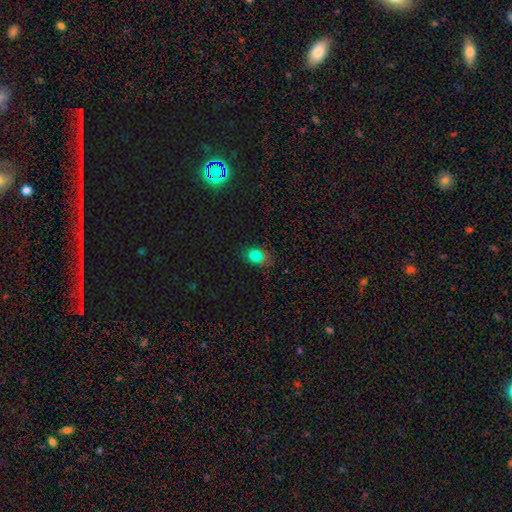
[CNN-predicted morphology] Q: Smooth or featured?
A: smooth (69%); runner-up: star or artifact (25%)
Q: How rounded?
A: in between (68%); runner-up: round (30%)
Q: Merging?
A: none (70%); runner-up: minor disturbance (21%)